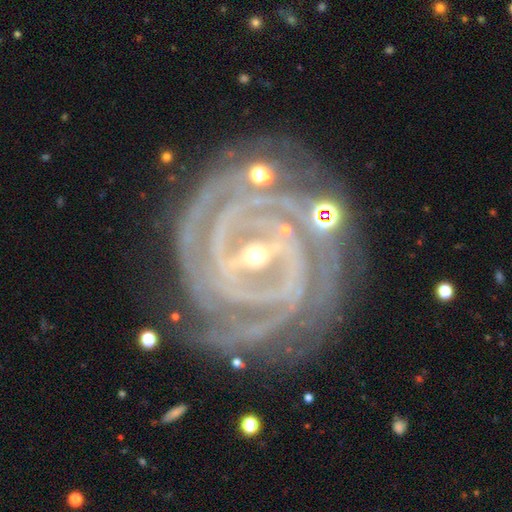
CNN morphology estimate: This is clearly a featured or disk galaxy (93%). It is clearly not viewed edge-on (97%). Bar: likely strong (65%). Spiral arm pattern: clearly yes (98%). Spiral arm count: marginally 3 (25%). Spiral winding: clearly tight (80%). Central bulge: likely small (71%). Merging: likely none (70%).